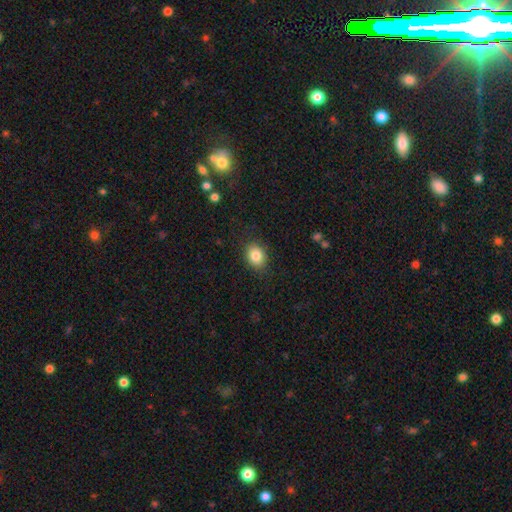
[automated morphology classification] Q: Smooth or featured?
A: smooth (84%); runner-up: star or artifact (9%)
Q: How rounded?
A: in between (51%); runner-up: round (48%)
Q: Merging?
A: none (86%); runner-up: minor disturbance (10%)